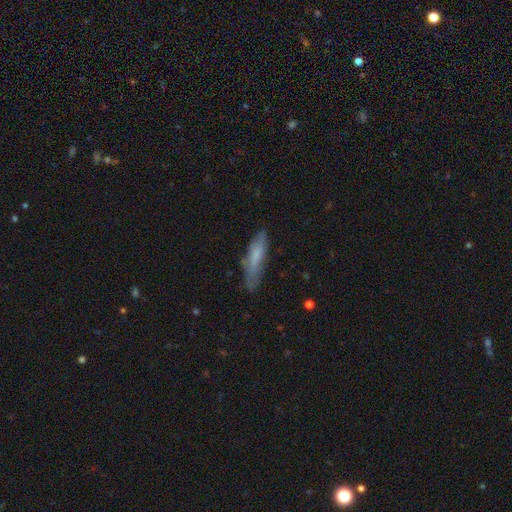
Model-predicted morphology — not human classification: The model was most divided on "smooth or featured": smooth: 66%, featured or disk: 27%, star or artifact: 7%. More confident: how rounded — cigar-shaped (75%); merging — none (66%).